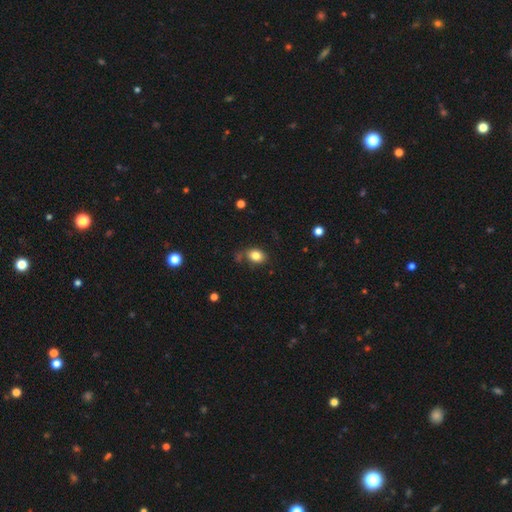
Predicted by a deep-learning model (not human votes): Smooth or featured? smooth (82%)
How rounded? in between (68%)
Merging? none (74%)